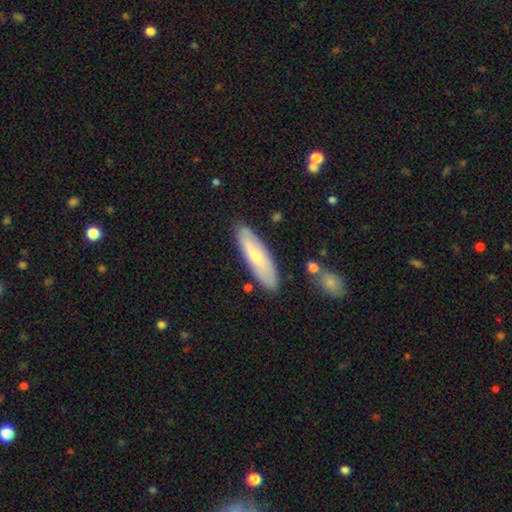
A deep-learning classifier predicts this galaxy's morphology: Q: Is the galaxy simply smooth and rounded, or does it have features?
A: smooth — 56%.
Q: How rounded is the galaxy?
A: cigar-shaped — 60%.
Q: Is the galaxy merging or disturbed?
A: none — 85%.